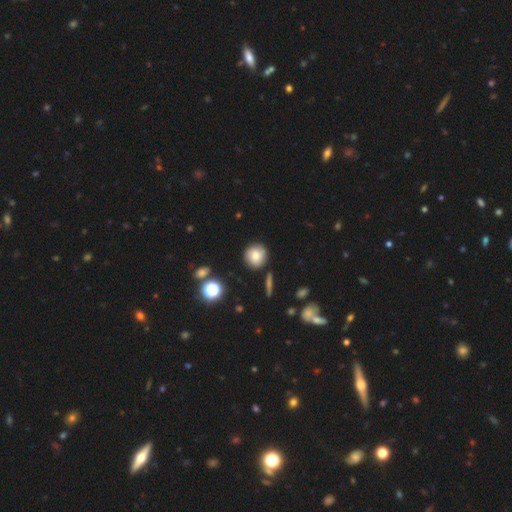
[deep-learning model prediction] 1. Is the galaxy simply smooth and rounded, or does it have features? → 74% smooth, 16% featured or disk, 11% star or artifact.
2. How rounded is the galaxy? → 92% round, 7% in between, 1% cigar-shaped.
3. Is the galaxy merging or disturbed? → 85% none, 9% minor disturbance, 3% merger, 2% major disturbance.